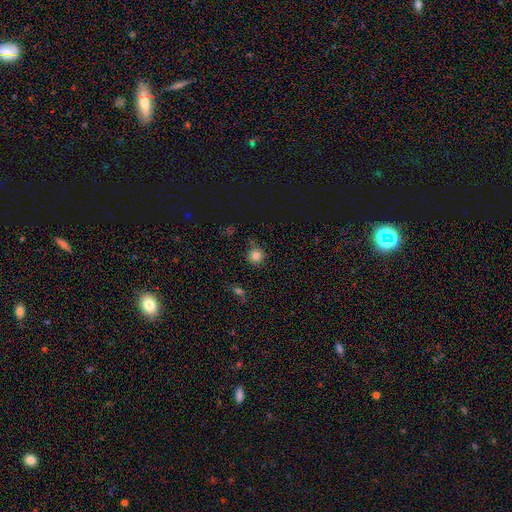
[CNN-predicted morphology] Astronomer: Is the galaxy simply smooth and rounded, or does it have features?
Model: smooth — 82%.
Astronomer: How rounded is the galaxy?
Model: round — 93%.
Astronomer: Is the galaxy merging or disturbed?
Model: none — 76%.